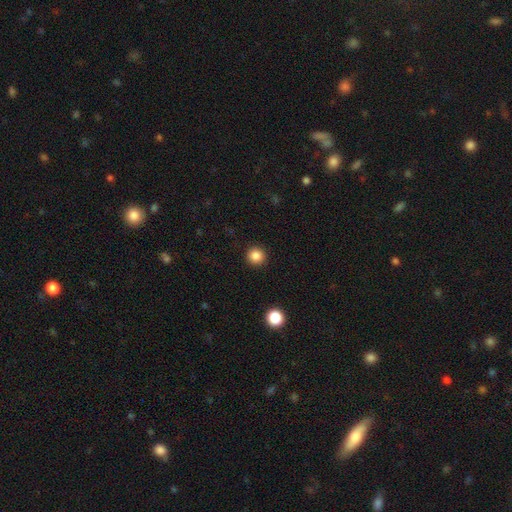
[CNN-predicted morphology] smooth_or_featured: smooth (p=0.85) [alt: star or artifact p=0.11]
how_rounded: round (p=0.95) [alt: in between p=0.04]
merging: none (p=0.93) [alt: minor disturbance p=0.05]